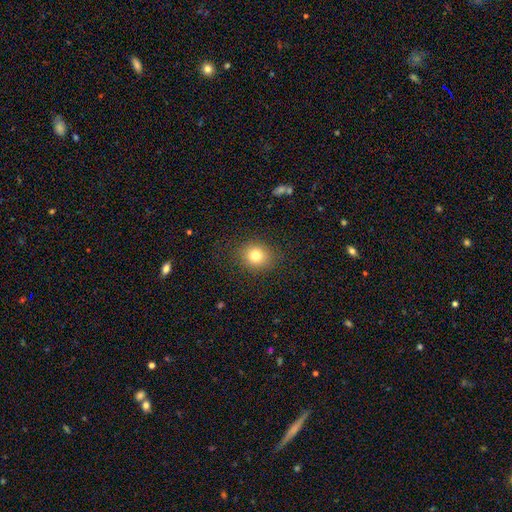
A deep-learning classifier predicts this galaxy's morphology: smooth_or_featured: smooth (p=0.79) [alt: star or artifact p=0.12]
how_rounded: round (p=0.79) [alt: in between p=0.21]
merging: none (p=0.87) [alt: minor disturbance p=0.08]